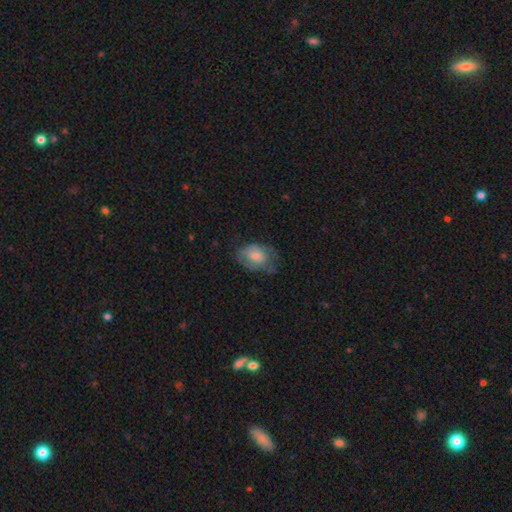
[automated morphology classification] This appears to be a smooth galaxy with no disk features (64%) that is in between round and cigar-shaped (74%). Merging: none (54%).